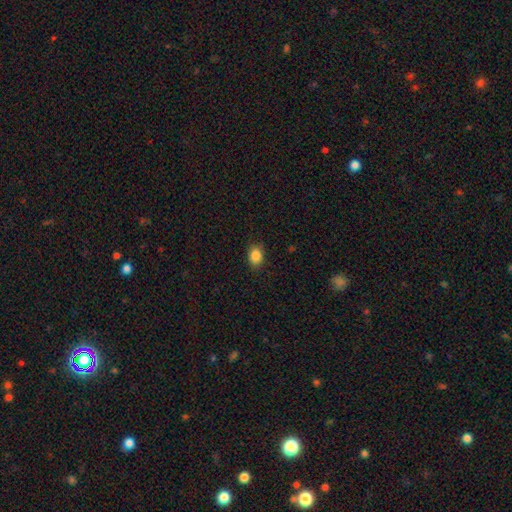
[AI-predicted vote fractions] This is clearly a smooth galaxy (86%). How rounded: likely in between (67%). Merging: clearly none (85%).